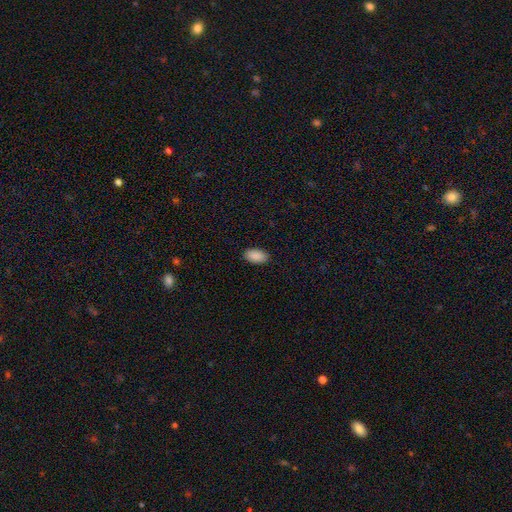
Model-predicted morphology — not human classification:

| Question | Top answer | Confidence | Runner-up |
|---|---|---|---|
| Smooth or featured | smooth | 91% | star or artifact (7%) |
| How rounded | in between | 95% | round (3%) |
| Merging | none | 89% | minor disturbance (8%) |